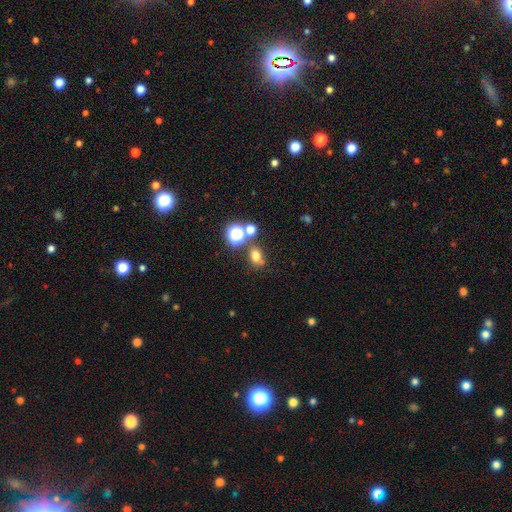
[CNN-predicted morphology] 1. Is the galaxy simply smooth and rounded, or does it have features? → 68% smooth, 23% star or artifact, 10% featured or disk.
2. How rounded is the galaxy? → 51% round, 48% in between, 1% cigar-shaped.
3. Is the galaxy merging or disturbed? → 65% none, 17% merger, 13% minor disturbance, 5% major disturbance.